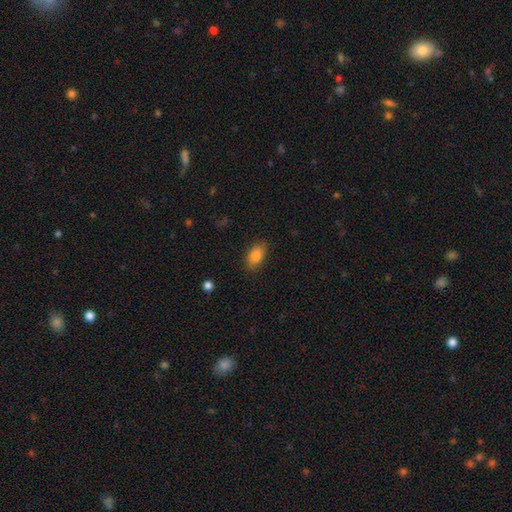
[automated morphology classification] smooth-or-featured: smooth: 84% | featured or disk: 8% | star or artifact: 8%
  how-rounded: in between: 89% | round: 7% | cigar-shaped: 4%
  merging: none: 83% | minor disturbance: 13% | major disturbance: 3% | merger: 1%